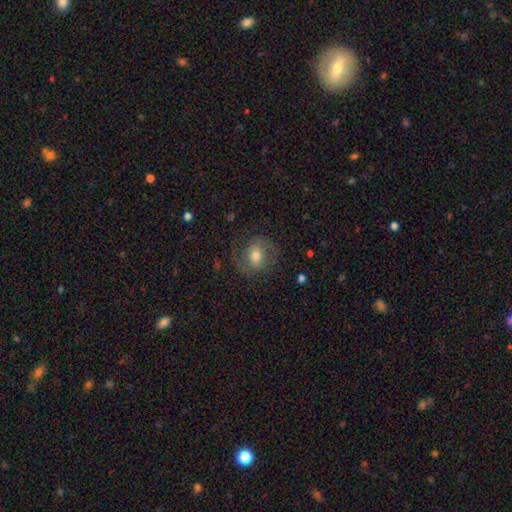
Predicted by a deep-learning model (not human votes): This is possibly a featured or disk galaxy (54%). It is clearly not viewed edge-on (97%). Bar: marginally no (44%). Spiral arm pattern: clearly yes (82%). Central bulge: likely moderate (63%). Merging: likely none (73%).